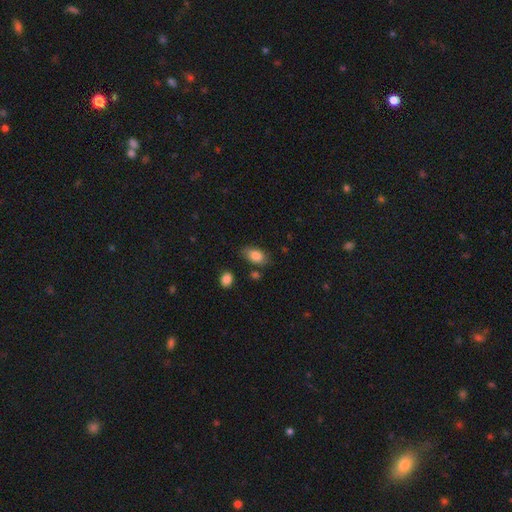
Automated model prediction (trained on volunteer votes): A smooth galaxy with no disk features (83%) that is in between round and cigar-shaped (89%).

Vote fractions:
- Smooth or featured? smooth: 83% / featured or disk: 9% / star or artifact: 8%
- How rounded? in between: 89% / round: 9% / cigar-shaped: 2%
- Merging? none: 75% / minor disturbance: 17% / merger: 4% / major disturbance: 4%